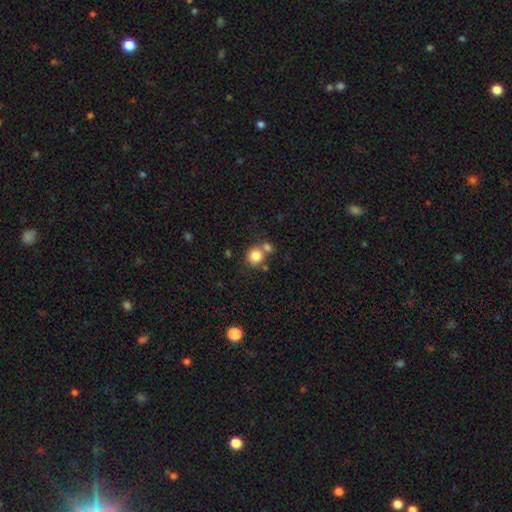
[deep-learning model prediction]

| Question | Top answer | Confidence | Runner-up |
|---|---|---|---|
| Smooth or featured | smooth | 82% | star or artifact (10%) |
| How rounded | round | 83% | in between (16%) |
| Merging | none | 54% | merger (33%) |